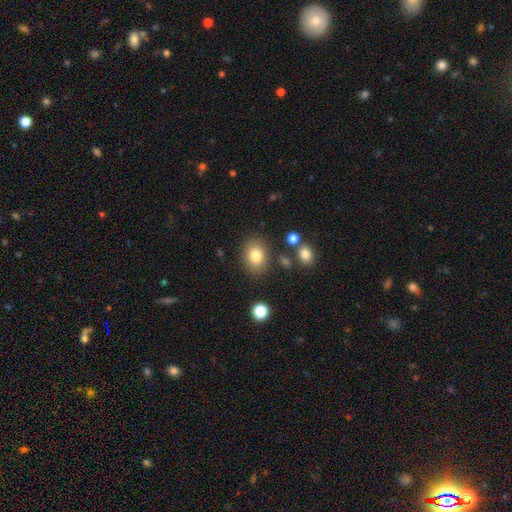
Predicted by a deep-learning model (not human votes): Smooth or featured? smooth (81%)
How rounded? in between (54%)
Merging? none (83%)